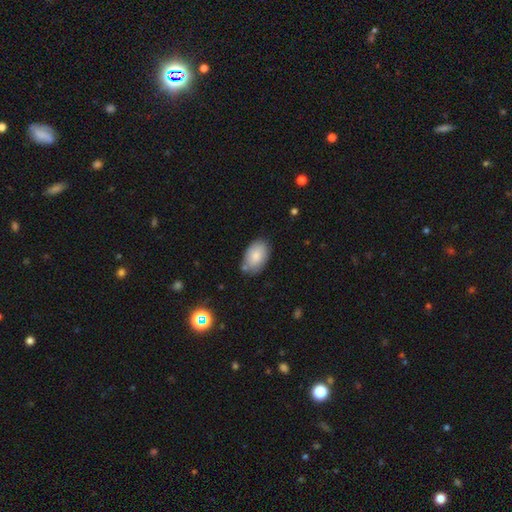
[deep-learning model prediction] smooth-or-featured: smooth: 82% | featured or disk: 12% | star or artifact: 6%
  how-rounded: in between: 92% | round: 7% | cigar-shaped: 1%
  merging: none: 75% | minor disturbance: 18% | merger: 3% | major disturbance: 3%